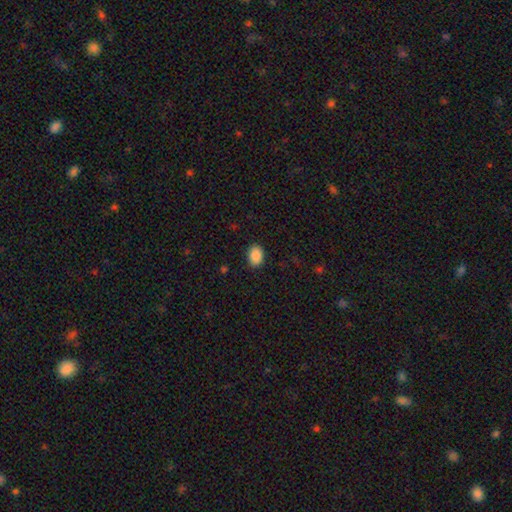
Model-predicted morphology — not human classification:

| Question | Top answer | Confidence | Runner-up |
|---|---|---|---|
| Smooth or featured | smooth | 89% | star or artifact (8%) |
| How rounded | in between | 79% | round (20%) |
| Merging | none | 88% | minor disturbance (9%) |